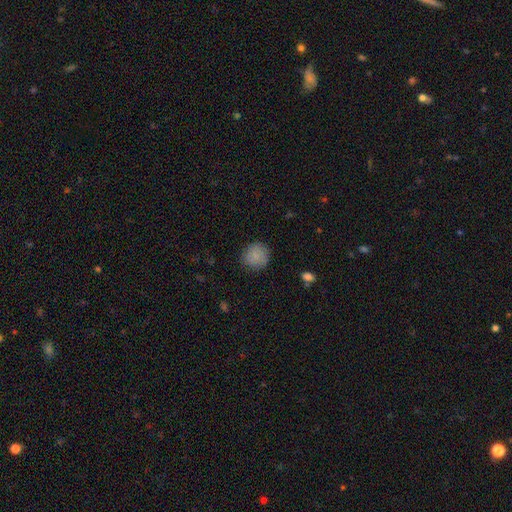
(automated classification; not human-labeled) This is clearly a smooth galaxy (85%). How rounded: clearly round (89%). Merging: clearly none (85%).